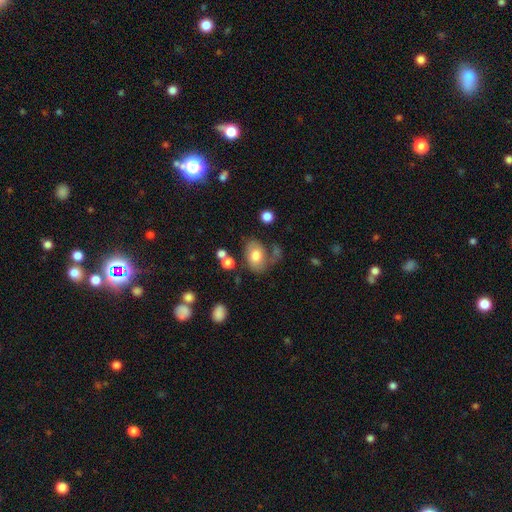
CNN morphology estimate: Smooth or featured: smooth — 70% (featured or disk — 22%)
How rounded: in between — 75% (round — 24%)
Merging: none — 48% (minor disturbance — 23%)